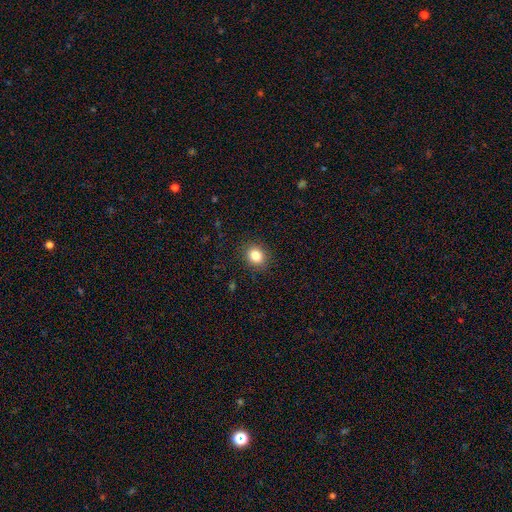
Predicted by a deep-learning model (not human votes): Smooth or featured? Predicted: smooth (p=0.84). How rounded? Predicted: round (p=0.64). Merging? Predicted: none (p=0.88).